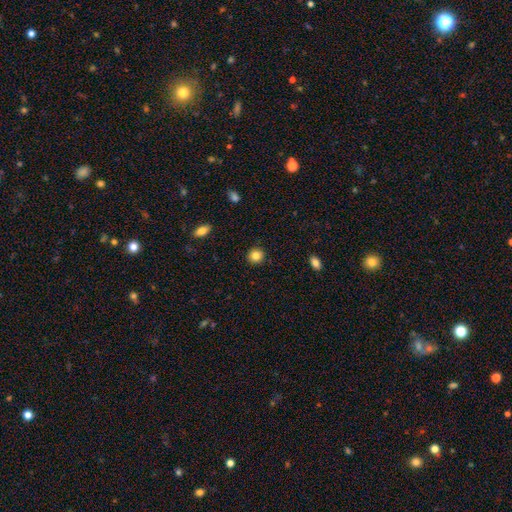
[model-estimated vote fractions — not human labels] Morphology: type=smooth (85%); roundness=round (90%); merging=none (92%).